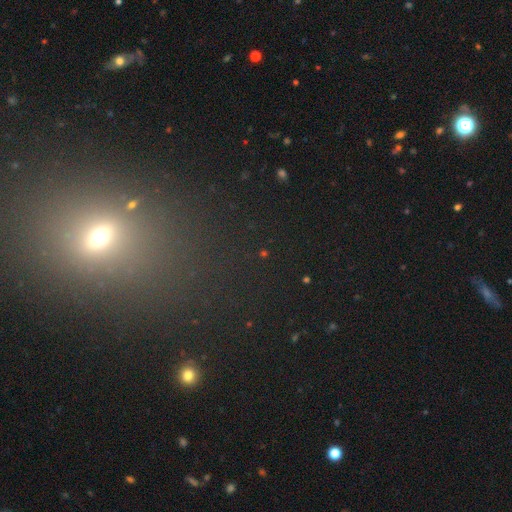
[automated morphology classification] Smooth or featured? Predicted: star or artifact (p=0.55).